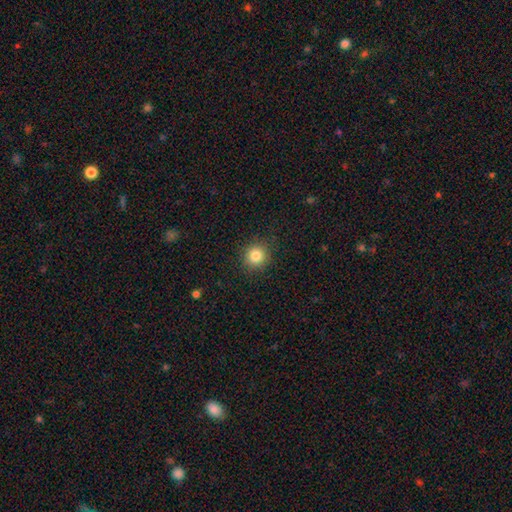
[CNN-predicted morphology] Smooth or featured: smooth — 83% (star or artifact — 11%)
How rounded: round — 92% (in between — 7%)
Merging: none — 90% (minor disturbance — 7%)